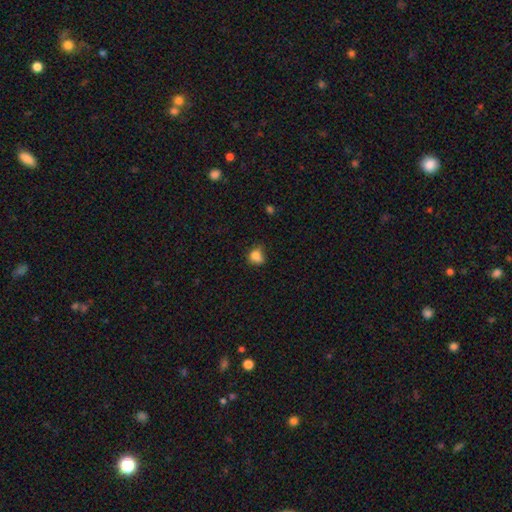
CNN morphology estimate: Smooth or featured? smooth (80%)
How rounded? round (60%)
Merging? none (44%)